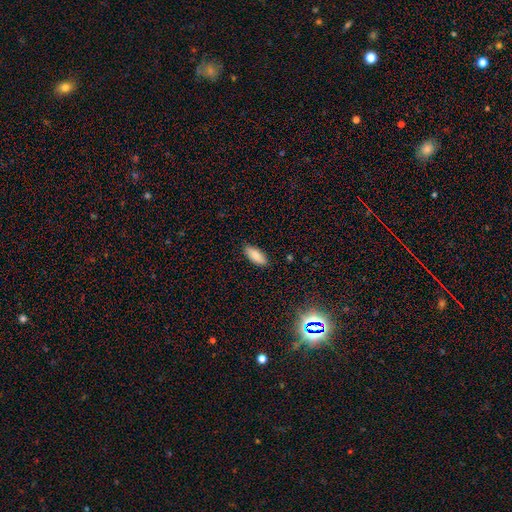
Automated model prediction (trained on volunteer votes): smooth_or_featured: smooth (p=0.85) [alt: featured or disk p=0.08]
how_rounded: in between (p=0.84) [alt: cigar-shaped p=0.14]
merging: none (p=0.87) [alt: minor disturbance p=0.10]